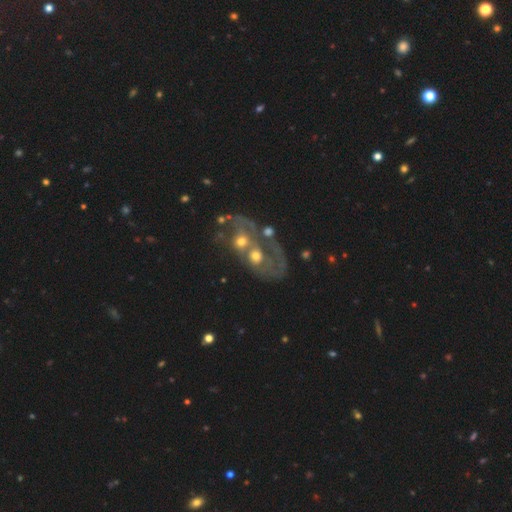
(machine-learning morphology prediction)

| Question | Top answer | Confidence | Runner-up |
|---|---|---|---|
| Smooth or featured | featured or disk | 64% | smooth (23%) |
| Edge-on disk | no | 96% | yes (4%) |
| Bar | no | 83% | weak (13%) |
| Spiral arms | no | 56% | yes (44%) |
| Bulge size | moderate | 59% | small (24%) |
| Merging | merger | 69% | none (12%) |